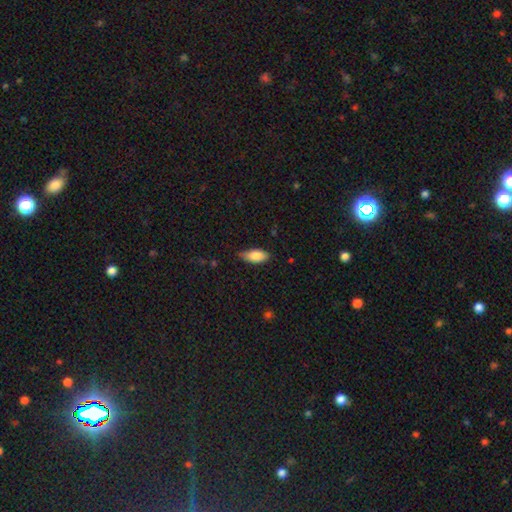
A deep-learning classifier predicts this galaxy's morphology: smooth_or_featured: smooth (p=0.83) [alt: featured or disk p=0.10]
how_rounded: in between (p=0.86) [alt: cigar-shaped p=0.11]
merging: none (p=0.70) [alt: minor disturbance p=0.25]